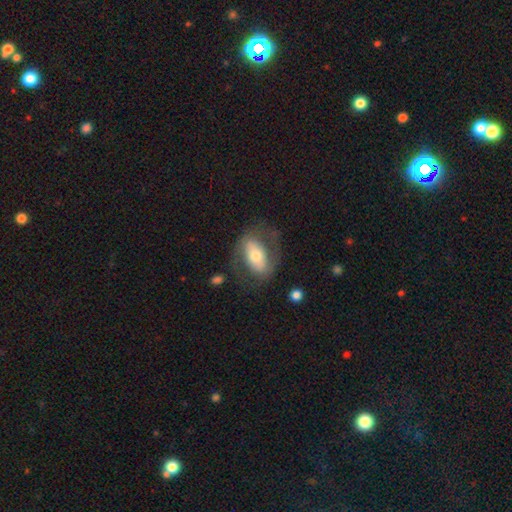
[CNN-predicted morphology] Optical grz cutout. It shows a featured or disk galaxy (52%). Merging: none (64%).